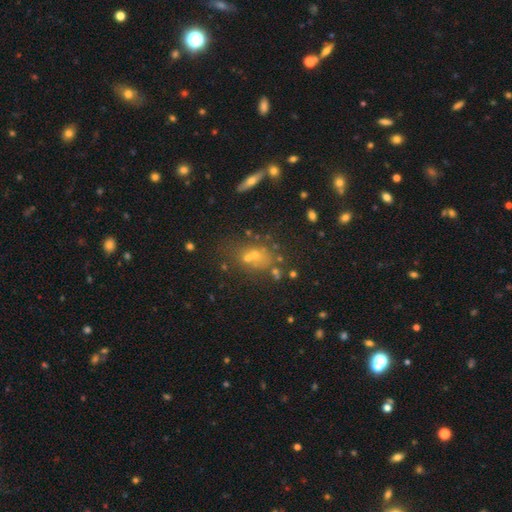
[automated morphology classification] This is possibly a smooth galaxy (47%). Merging: possibly none (55%).